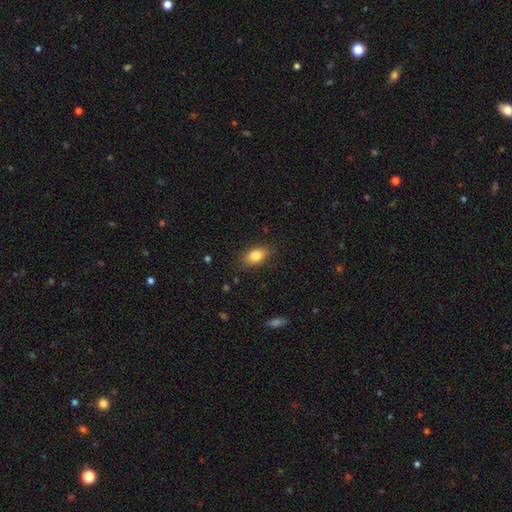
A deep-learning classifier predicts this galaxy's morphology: The model was most divided on "merging": none: 84%, minor disturbance: 12%, major disturbance: 3%, merger: 1%. More confident: how rounded — in between (85%); smooth or featured — smooth (82%).